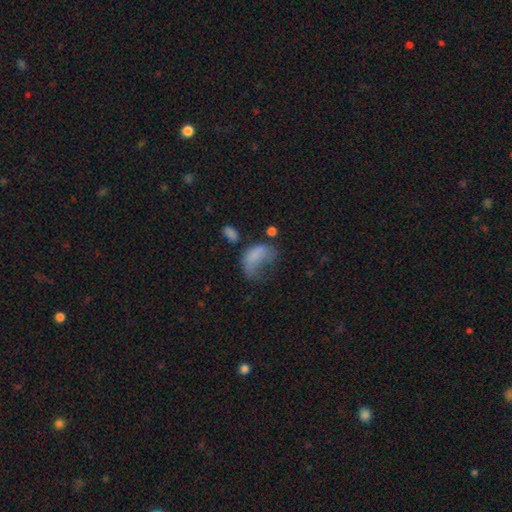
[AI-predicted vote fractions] Morphology: type=smooth (64%); roundness=in between (86%); merging=major disturbance (57%).